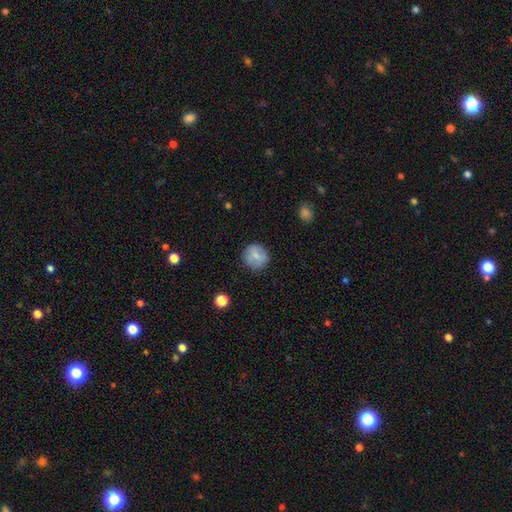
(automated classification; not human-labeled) A smooth galaxy with no disk features (76%) that is round (91%). Merging: none (83%).